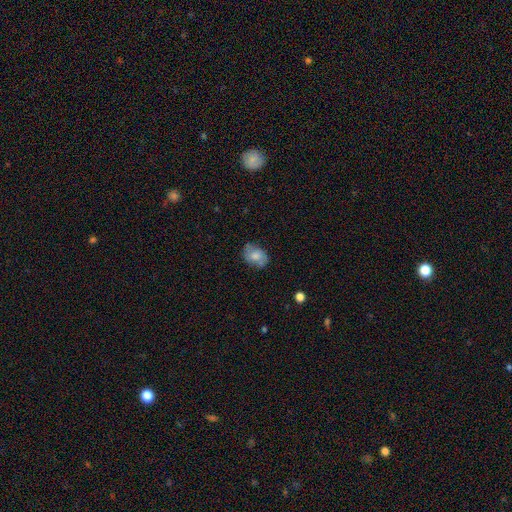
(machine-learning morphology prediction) Smooth or featured?
  - smooth: 68% *
  - featured or disk: 24%
  - star or artifact: 8%
How rounded?
  - in between: 70% *
  - round: 29%
  - cigar-shaped: 1%
Merging?
  - none: 68% *
  - minor disturbance: 23%
  - major disturbance: 6%
  - merger: 3%